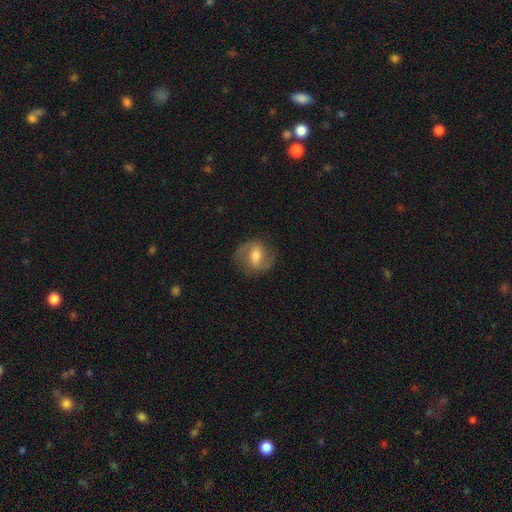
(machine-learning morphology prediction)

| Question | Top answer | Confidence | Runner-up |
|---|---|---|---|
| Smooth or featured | featured or disk | 70% | smooth (22%) |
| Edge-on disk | no | 97% | yes (3%) |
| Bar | weak | 49% | strong (28%) |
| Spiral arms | yes | 90% | no (10%) |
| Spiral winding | medium | 52% | loose (28%) |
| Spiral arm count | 2 | 89% | can't tell (5%) |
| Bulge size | moderate | 64% | small (25%) |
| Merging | none | 81% | minor disturbance (13%) |